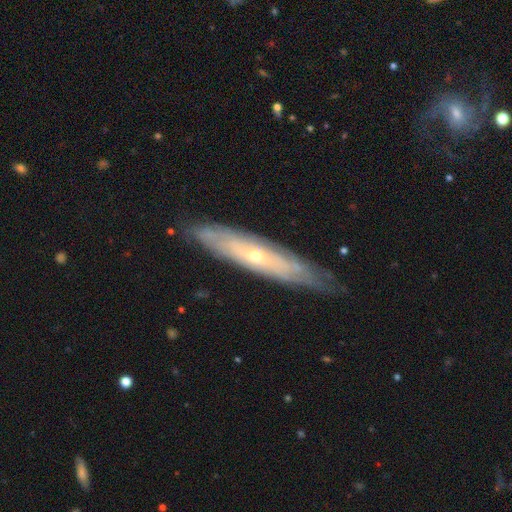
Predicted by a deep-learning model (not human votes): smooth-or-featured: featured or disk: 71% | smooth: 22% | star or artifact: 7%
  disk-edge-on: yes: 52% | no: 48%
  merging: none: 78% | minor disturbance: 17% | major disturbance: 3% | merger: 1%